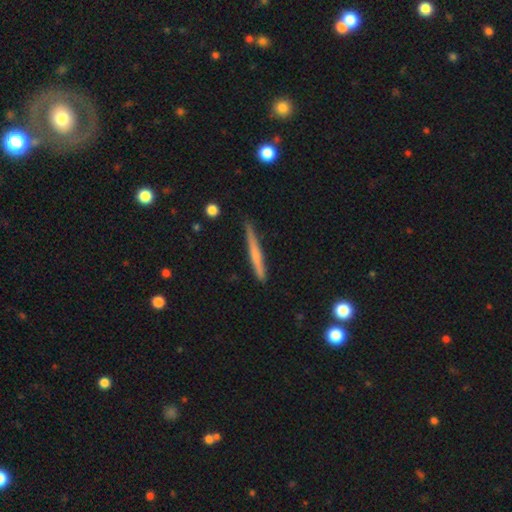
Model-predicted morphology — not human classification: Q: Smooth or featured?
A: smooth (54%); runner-up: featured or disk (40%)
Q: How rounded?
A: cigar-shaped (96%); runner-up: in between (3%)
Q: Merging?
A: none (85%); runner-up: minor disturbance (12%)